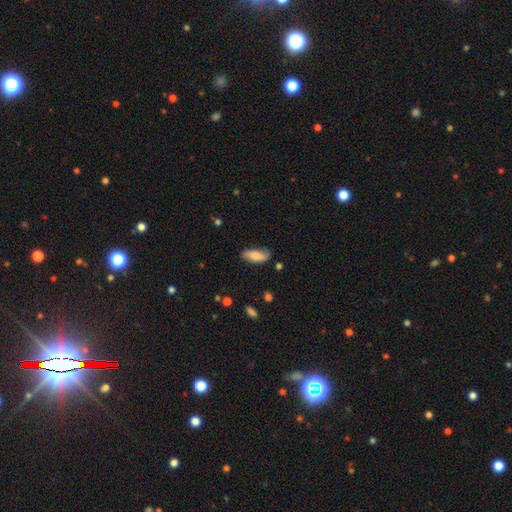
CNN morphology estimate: Smooth or featured? Predicted: smooth (p=0.66). How rounded? Predicted: in between (p=0.83). Merging? Predicted: none (p=0.71).